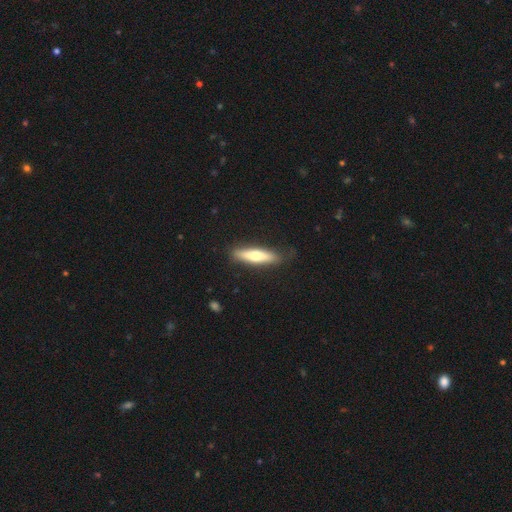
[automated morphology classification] smooth-or-featured: smooth: 63% | featured or disk: 32% | star or artifact: 5%
  how-rounded: cigar-shaped: 78% | in between: 20% | round: 1%
  merging: none: 84% | minor disturbance: 12% | major disturbance: 3% | merger: 1%